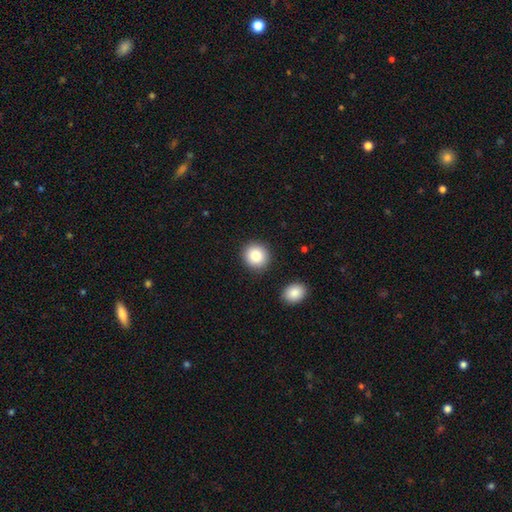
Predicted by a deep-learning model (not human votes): This is clearly a smooth galaxy (84%). How rounded: clearly round (89%). Merging: clearly none (89%).